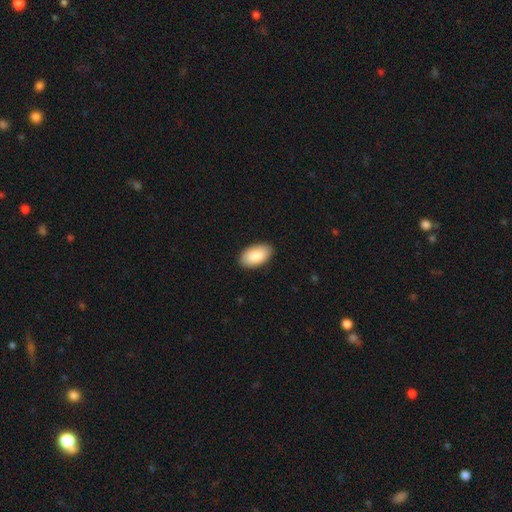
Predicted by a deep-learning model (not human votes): Smooth or featured: smooth — 86% (featured or disk — 8%)
How rounded: in between — 96% (round — 3%)
Merging: none — 90% (minor disturbance — 8%)